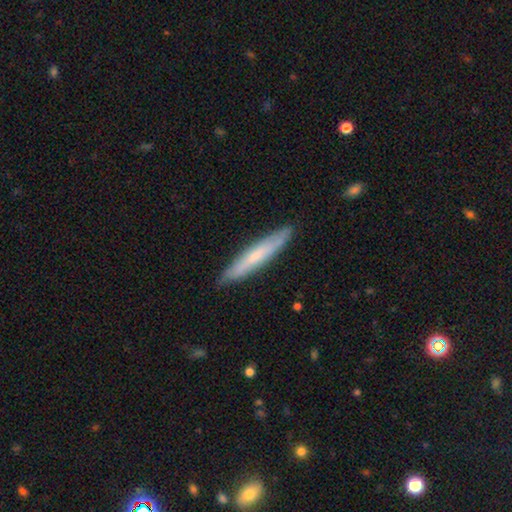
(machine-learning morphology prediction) This is possibly a smooth galaxy (58%). How rounded: clearly cigar-shaped (93%). Merging: clearly none (87%).